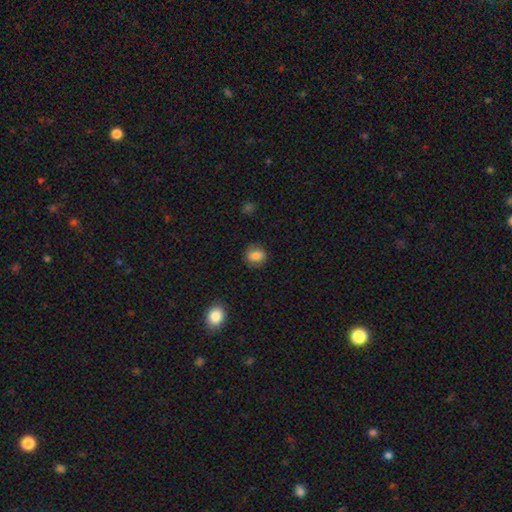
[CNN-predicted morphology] Q: Smooth or featured?
A: smooth (76%); runner-up: featured or disk (14%)
Q: How rounded?
A: round (62%); runner-up: in between (37%)
Q: Merging?
A: none (80%); runner-up: minor disturbance (14%)